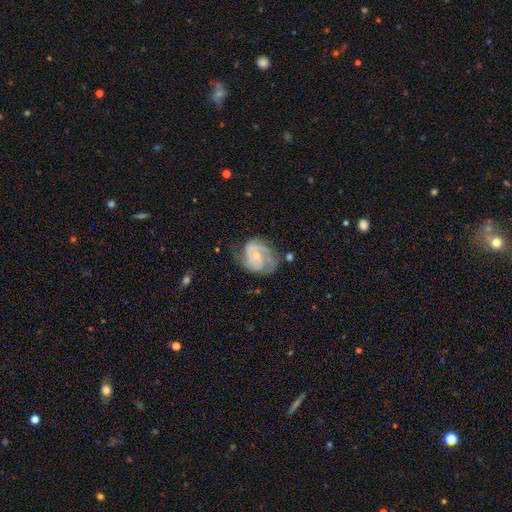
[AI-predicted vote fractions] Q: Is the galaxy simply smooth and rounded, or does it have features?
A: featured or disk — 84%.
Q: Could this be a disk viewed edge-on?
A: no — 98%.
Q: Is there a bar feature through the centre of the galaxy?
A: no — 60%.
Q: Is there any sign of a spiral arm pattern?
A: yes — 96%.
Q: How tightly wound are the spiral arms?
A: tight — 47%.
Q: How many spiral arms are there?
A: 2 — 66%.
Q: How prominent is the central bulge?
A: small — 60%.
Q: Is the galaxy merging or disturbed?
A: none — 57%.